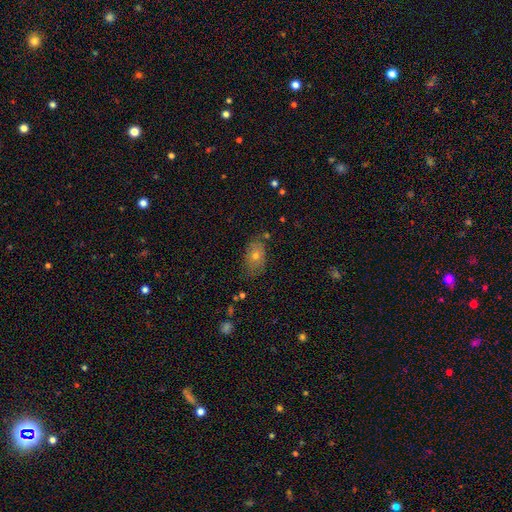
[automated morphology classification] Overall: smooth (60%; featured or disk 27%). How rounded: in between (82%). Merging: none (74%).